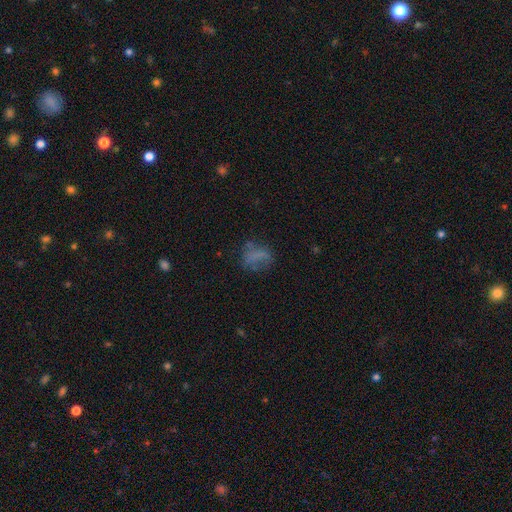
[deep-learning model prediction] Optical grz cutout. It shows a smooth galaxy with no disk features (59%) that is in between round and cigar-shaped (56%). Merging: none (49%).